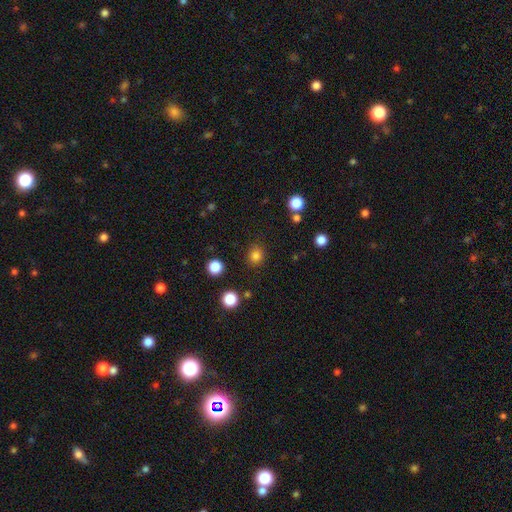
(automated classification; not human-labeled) Smooth or featured?
  - smooth: 82% *
  - star or artifact: 14%
  - featured or disk: 4%
How rounded?
  - round: 85% *
  - in between: 14%
  - cigar-shaped: 1%
Merging?
  - none: 88% *
  - minor disturbance: 7%
  - major disturbance: 3%
  - merger: 2%